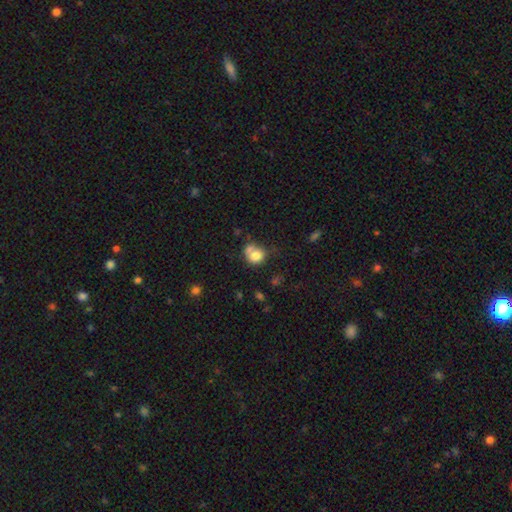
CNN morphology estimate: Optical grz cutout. It shows a smooth galaxy with no disk features (76%) that is round (69%). Merging: merger (37%).